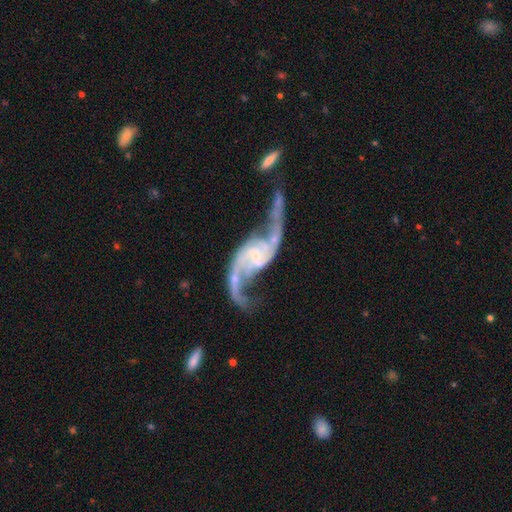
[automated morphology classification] Smooth or featured: featured or disk — 92% (star or artifact — 5%)
Edge-on disk: no — 97% (yes — 3%)
Bar: no — 58% (weak — 30%)
Spiral arms: yes — 97% (no — 3%)
Spiral winding: loose — 75% (medium — 20%)
Spiral arm count: 2 — 93% (1 — 2%)
Bulge size: small — 76% (moderate — 18%)
Merging: none — 44% (major disturbance — 23%)